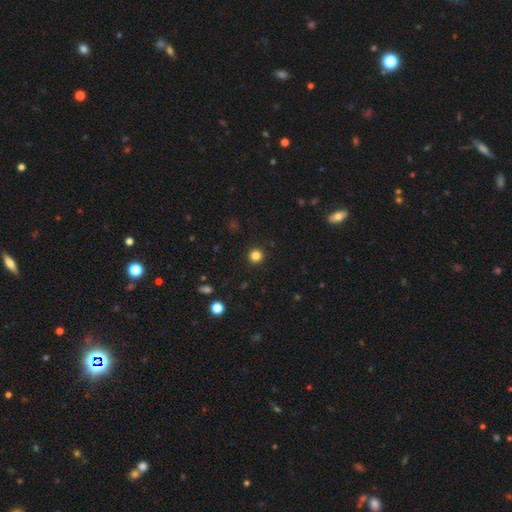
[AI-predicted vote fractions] Smooth or featured? smooth (83%)
How rounded? round (95%)
Merging? none (93%)